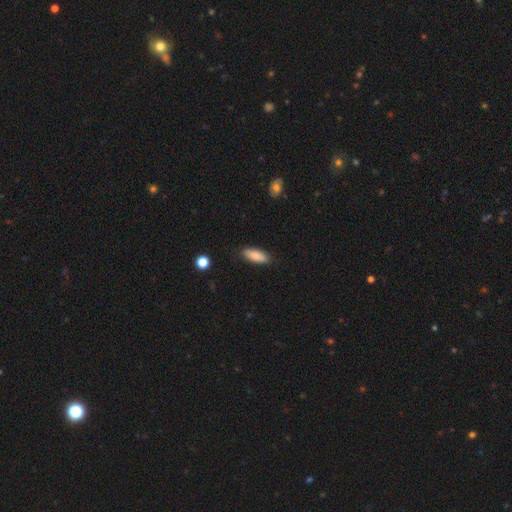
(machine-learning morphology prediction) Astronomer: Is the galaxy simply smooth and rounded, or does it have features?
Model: smooth — 85%.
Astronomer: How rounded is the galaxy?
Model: in between — 68%.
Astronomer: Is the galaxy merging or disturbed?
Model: none — 86%.